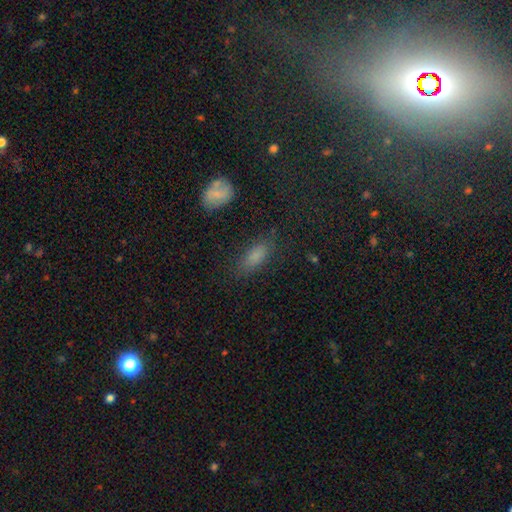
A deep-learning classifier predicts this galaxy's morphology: A smooth galaxy with no disk features (78%) that is in between round and cigar-shaped (80%). Merging: none (75%).